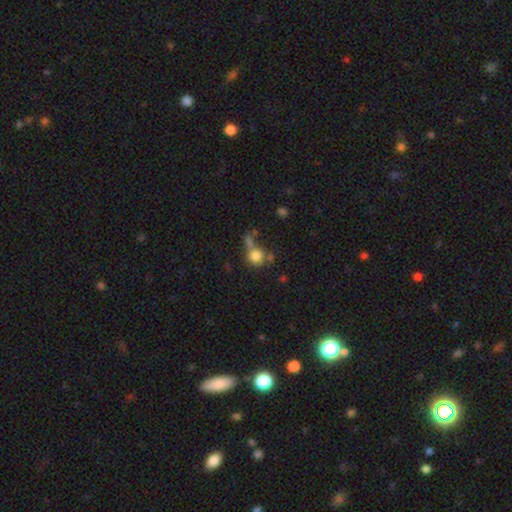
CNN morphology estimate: This is likely a smooth galaxy (78%). How rounded: clearly round (87%). Merging: marginally none (45%).